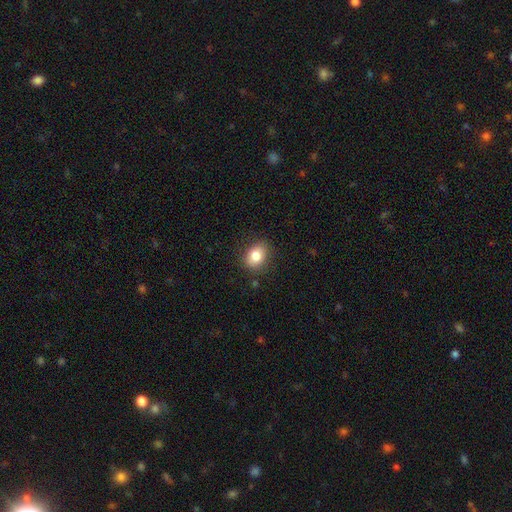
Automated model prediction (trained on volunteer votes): Smooth or featured? Predicted: smooth (p=0.82). How rounded? Predicted: in between (p=0.56). Merging? Predicted: none (p=0.83).